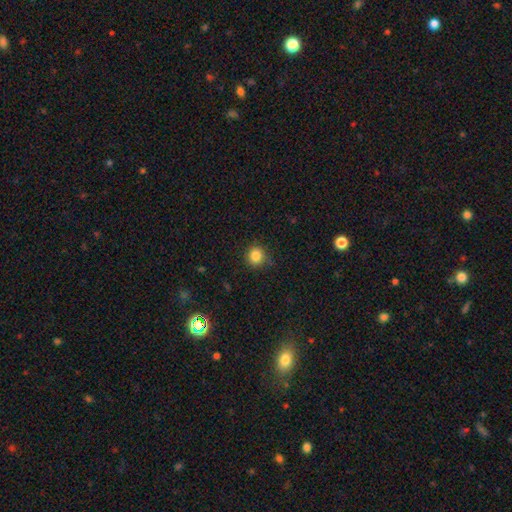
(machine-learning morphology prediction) smooth_or_featured: smooth (p=0.84) [alt: star or artifact p=0.11]
how_rounded: round (p=0.89) [alt: in between p=0.10]
merging: none (p=0.85) [alt: minor disturbance p=0.11]